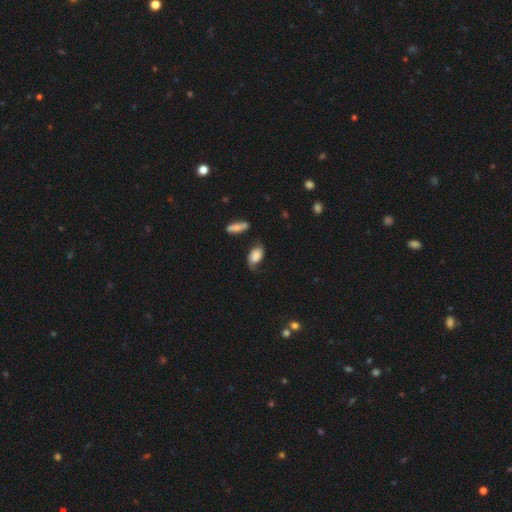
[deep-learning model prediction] This is likely a smooth galaxy (65%). How rounded: clearly in between (88%). Merging: possibly none (47%).